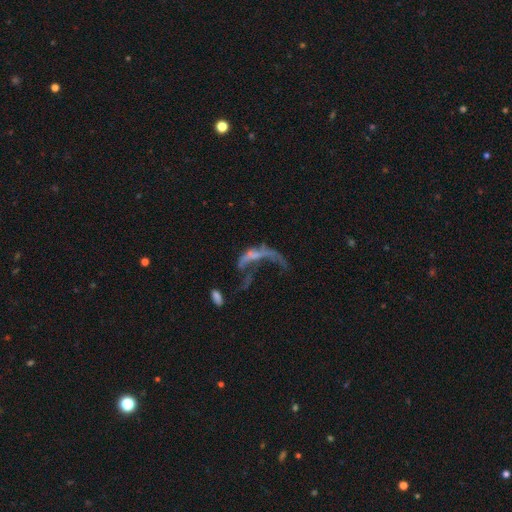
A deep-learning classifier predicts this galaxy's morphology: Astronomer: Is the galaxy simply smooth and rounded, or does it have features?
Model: featured or disk — 61%.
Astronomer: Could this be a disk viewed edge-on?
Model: no — 89%.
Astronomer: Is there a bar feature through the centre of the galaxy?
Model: no — 77%.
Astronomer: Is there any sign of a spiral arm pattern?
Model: no — 69%.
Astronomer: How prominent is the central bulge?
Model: none — 60%.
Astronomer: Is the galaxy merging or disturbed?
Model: major disturbance — 53%.